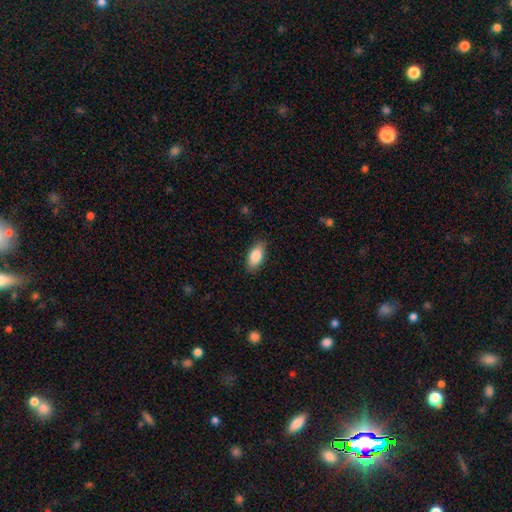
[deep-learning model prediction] A smooth galaxy with no disk features (86%) that is in between round and cigar-shaped (90%).

Vote fractions:
- Smooth or featured? smooth: 86% / featured or disk: 8% / star or artifact: 6%
- How rounded? in between: 90% / cigar-shaped: 7% / round: 3%
- Merging? none: 86% / minor disturbance: 11% / major disturbance: 2% / merger: 1%